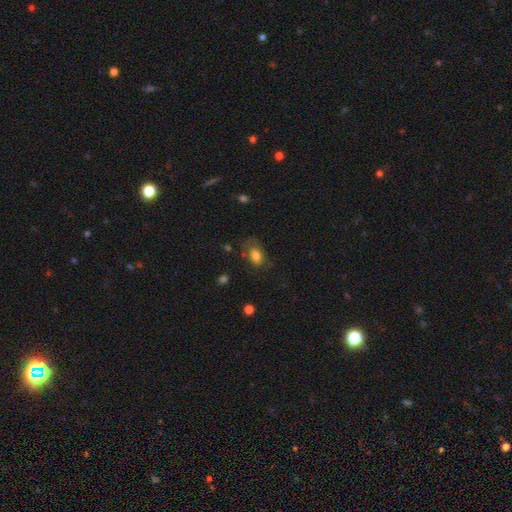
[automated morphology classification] Smooth or featured? smooth (76%)
How rounded? in between (84%)
Merging? none (56%)